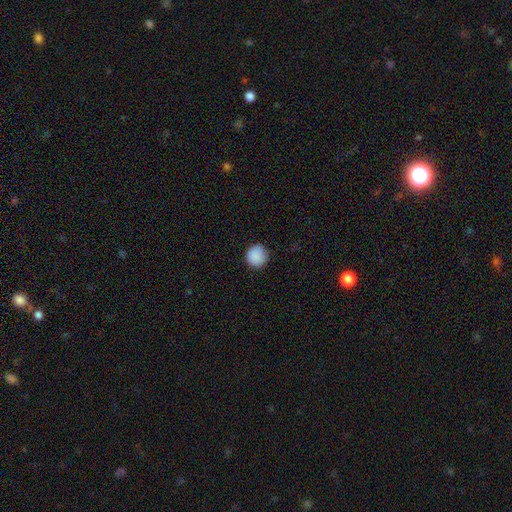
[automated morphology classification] This is clearly a smooth galaxy (89%). How rounded: clearly round (93%). Merging: clearly none (88%).